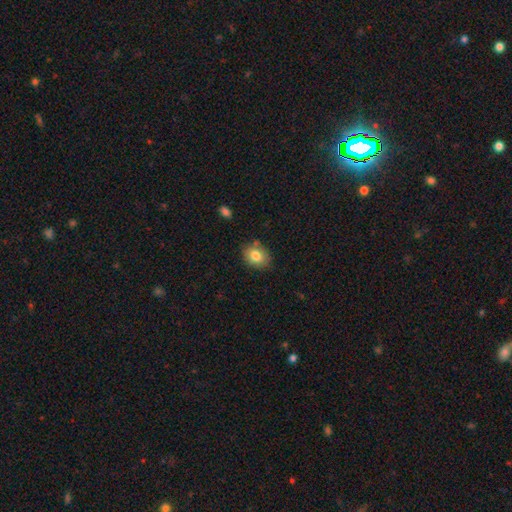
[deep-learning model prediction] This appears to be a smooth galaxy with no disk features (81%) that is in between round and cigar-shaped (59%). Merging: none (79%).